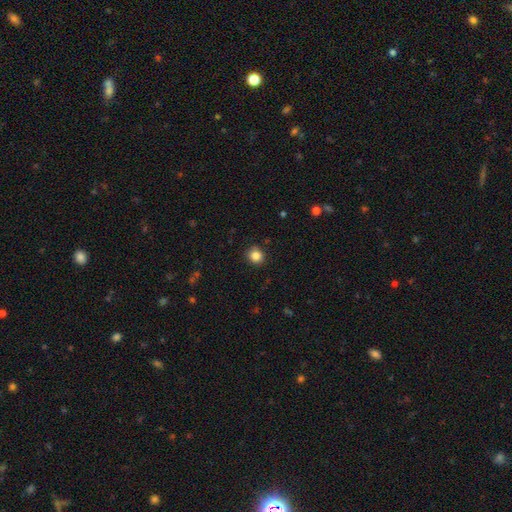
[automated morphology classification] Smooth or featured: smooth — 85% (star or artifact — 11%)
How rounded: round — 85% (in between — 14%)
Merging: none — 89% (minor disturbance — 8%)